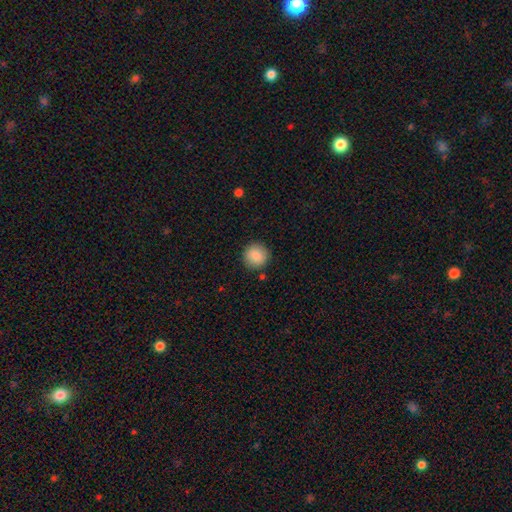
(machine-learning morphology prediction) smooth_or_featured: smooth (p=0.87) [alt: star or artifact p=0.08]
how_rounded: round (p=0.95) [alt: in between p=0.04]
merging: none (p=0.90) [alt: minor disturbance p=0.07]